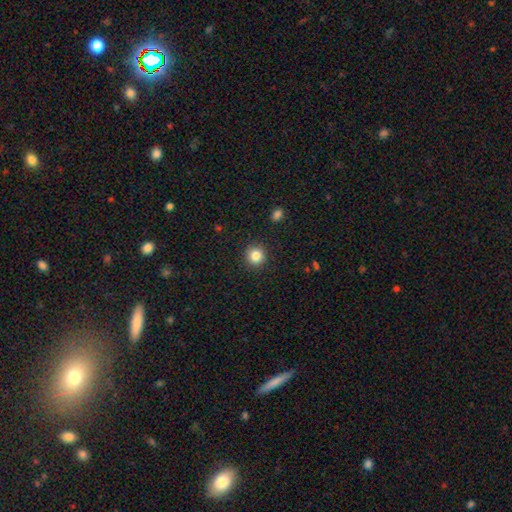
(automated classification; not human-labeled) Overall: smooth (84%). How rounded: round (93%). Merging: none (92%).